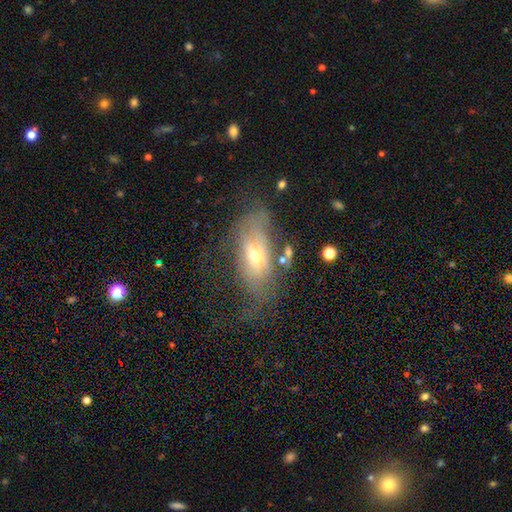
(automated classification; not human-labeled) Smooth or featured? Predicted: featured or disk (p=0.49). Merging? Predicted: none (p=0.35, tied with major disturbance).